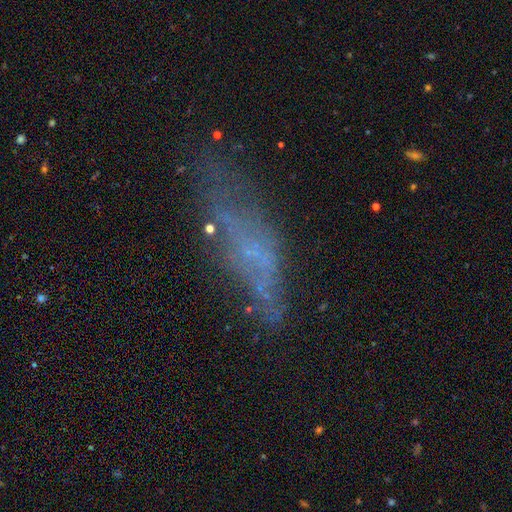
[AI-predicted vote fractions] Smooth or featured? Predicted: featured or disk (p=0.46). Merging? Predicted: none (p=0.50).